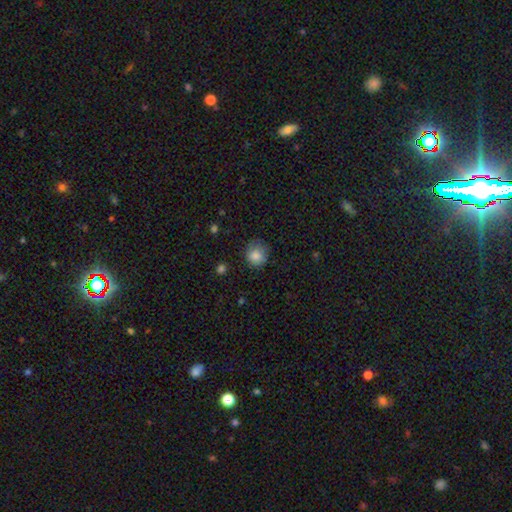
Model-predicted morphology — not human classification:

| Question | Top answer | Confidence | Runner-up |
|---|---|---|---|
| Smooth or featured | smooth | 85% | star or artifact (10%) |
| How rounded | round | 87% | in between (12%) |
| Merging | none | 74% | minor disturbance (20%) |